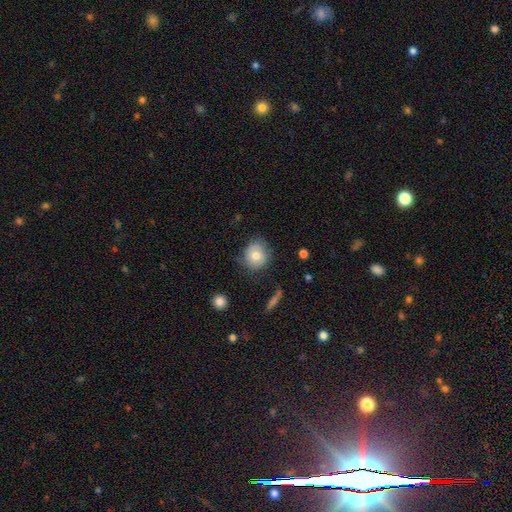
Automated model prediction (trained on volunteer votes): A smooth galaxy with no disk features (75%) that is round (79%). Merging: none (76%).